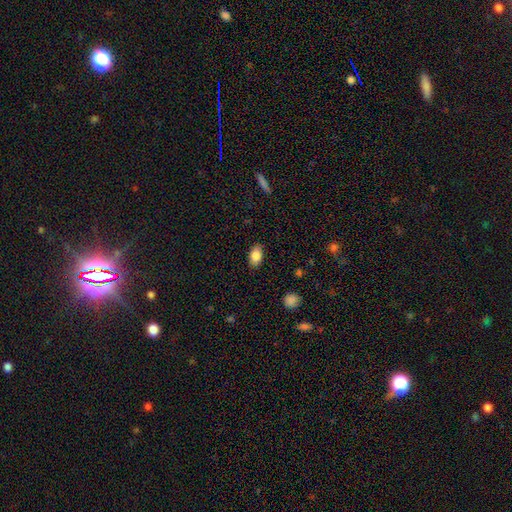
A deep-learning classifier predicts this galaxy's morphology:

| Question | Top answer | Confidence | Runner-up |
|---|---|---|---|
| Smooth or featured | smooth | 84% | featured or disk (8%) |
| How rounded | in between | 90% | round (8%) |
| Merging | none | 87% | minor disturbance (10%) |